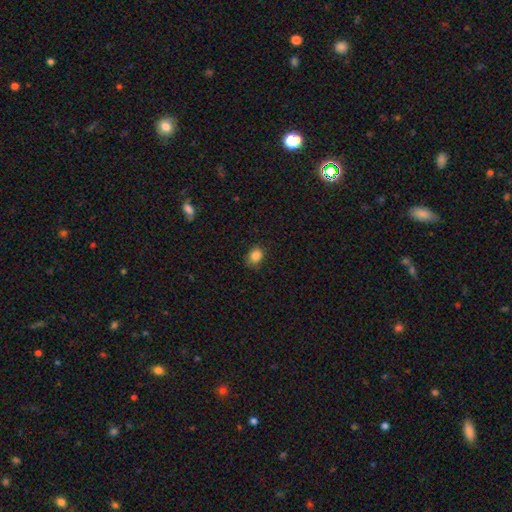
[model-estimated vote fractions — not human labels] Smooth or featured? smooth (86%)
How rounded? round (51%)
Merging? none (78%)